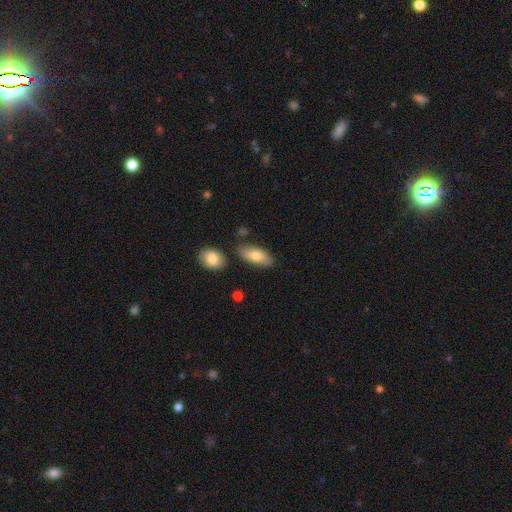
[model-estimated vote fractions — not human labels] Morphology: type=smooth (73%); roundness=in between (84%); merging=none (79%).